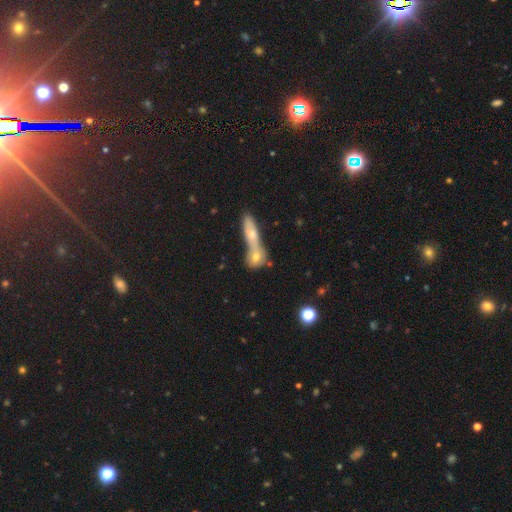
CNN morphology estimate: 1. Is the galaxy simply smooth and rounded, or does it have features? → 56% smooth, 30% featured or disk, 14% star or artifact.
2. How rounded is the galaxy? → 39% cigar-shaped, 31% in between, 30% round.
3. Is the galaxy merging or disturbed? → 53% merger, 36% none, 7% minor disturbance, 4% major disturbance.